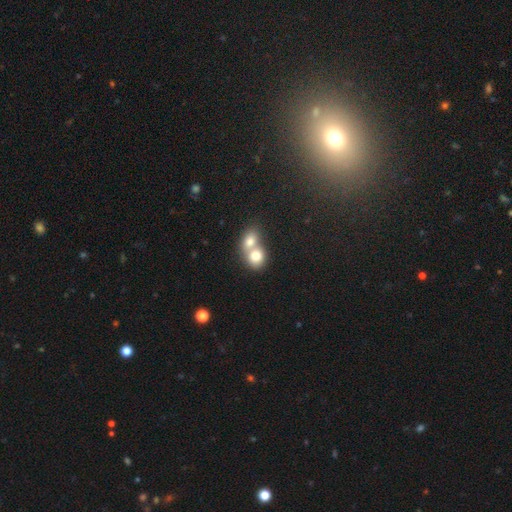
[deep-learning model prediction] Q: Smooth or featured?
A: smooth (74%); runner-up: featured or disk (17%)
Q: How rounded?
A: round (61%); runner-up: in between (38%)
Q: Merging?
A: merger (74%); runner-up: none (19%)